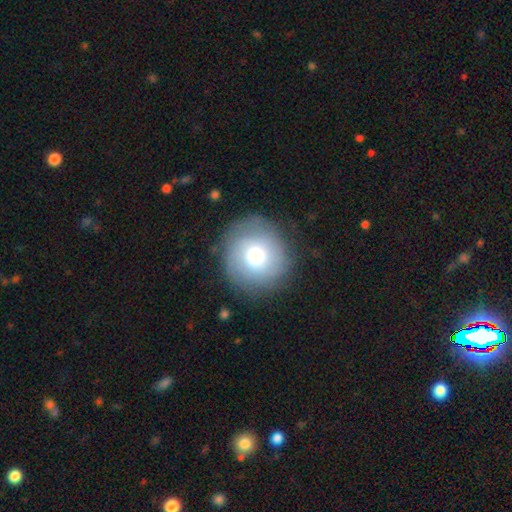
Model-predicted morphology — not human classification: Overall: smooth (56%; featured or disk 35%). How rounded: round (92%). Merging: none (81%).